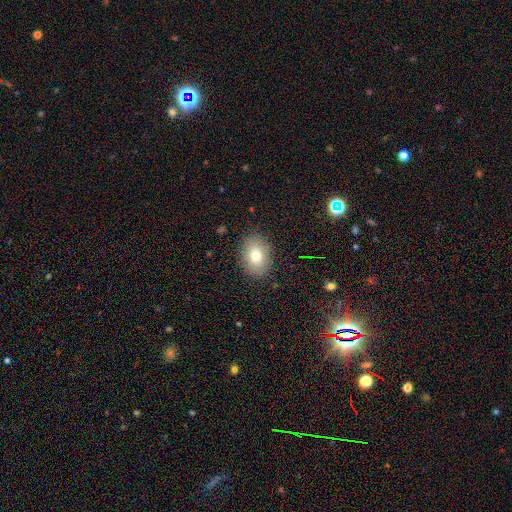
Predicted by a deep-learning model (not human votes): Overall: smooth (77%). How rounded: in between (75%). Merging: none (86%).